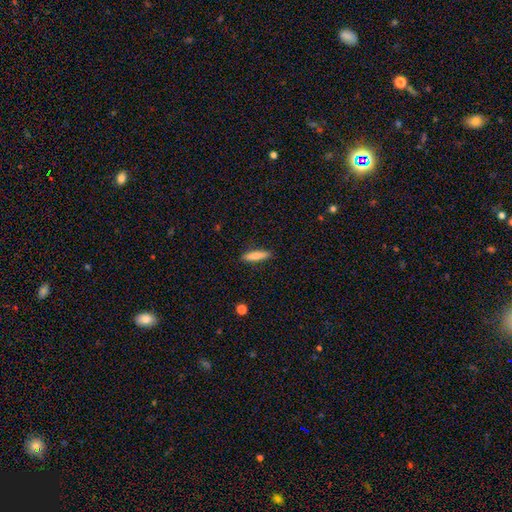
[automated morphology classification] smooth 78%, featured or disk 16%, star or artifact 6%. Down the decision tree: how rounded — cigar-shaped (79%); merging — none (89%).